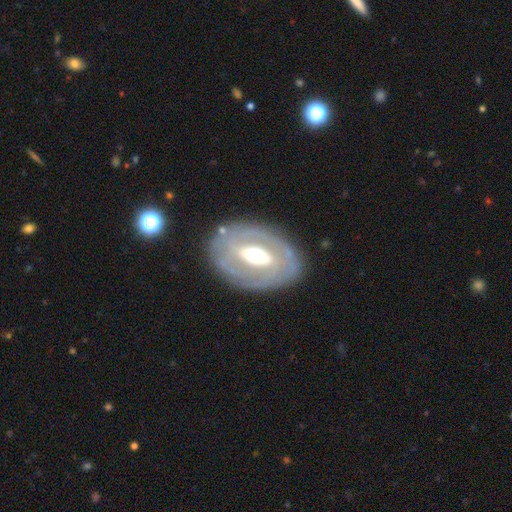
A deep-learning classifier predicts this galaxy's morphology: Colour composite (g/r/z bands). It shows a featured or disk galaxy (75%) with a strong bar (45%), spiral arms (52%) and a moderate central bulge (68%). Merging: none (80%).